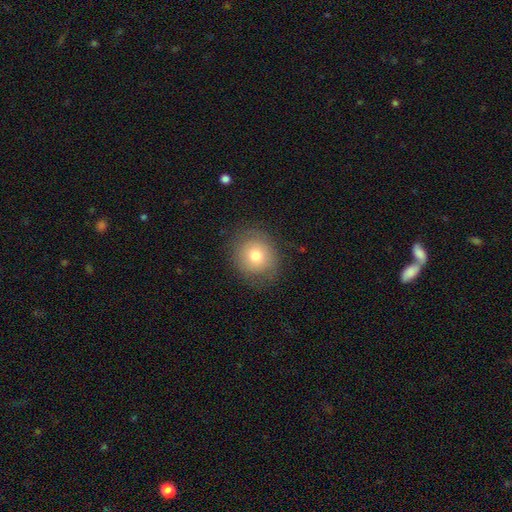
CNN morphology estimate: Smooth or featured?
  - smooth: 74% *
  - featured or disk: 16%
  - star or artifact: 11%
How rounded?
  - round: 83% *
  - in between: 16%
  - cigar-shaped: 1%
Merging?
  - none: 81% *
  - minor disturbance: 13%
  - major disturbance: 5%
  - merger: 1%